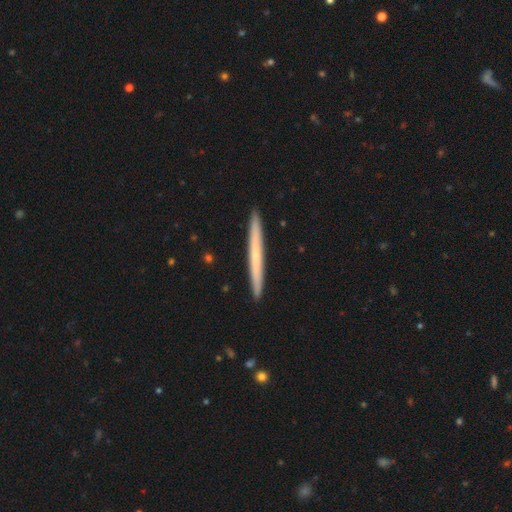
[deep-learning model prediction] smooth-or-featured: smooth: 49% | featured or disk: 45% | star or artifact: 5%
  merging: none: 93% | minor disturbance: 5% | major disturbance: 1% | merger: 1%